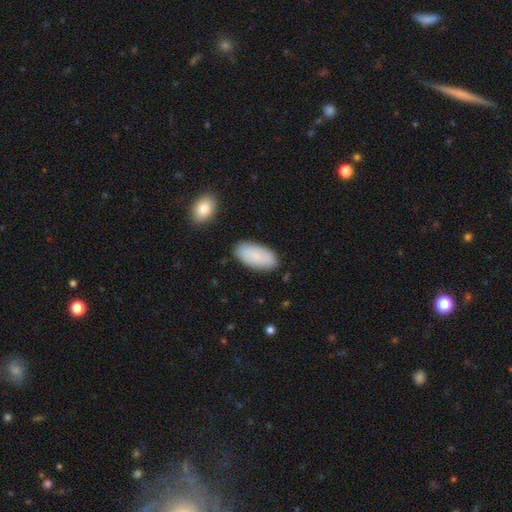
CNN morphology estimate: A smooth galaxy with no disk features (85%) that is in between round and cigar-shaped (94%). Merging: none (84%).